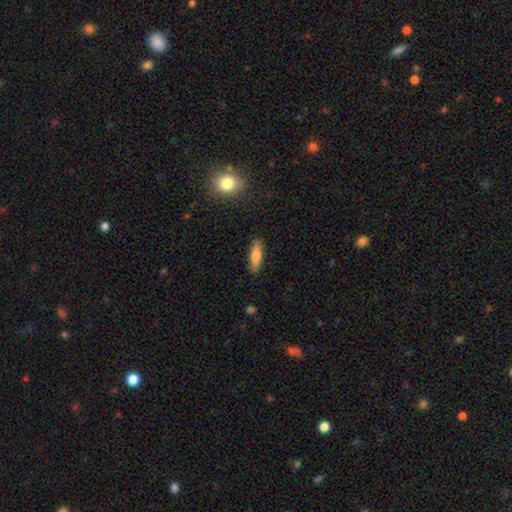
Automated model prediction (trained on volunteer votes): A smooth galaxy with no disk features (75%) that is cigar-shaped (58%).

Vote fractions:
- Smooth or featured? smooth: 75% / featured or disk: 18% / star or artifact: 7%
- How rounded? cigar-shaped: 58% / in between: 40% / round: 2%
- Merging? none: 87% / minor disturbance: 10% / major disturbance: 2% / merger: 1%